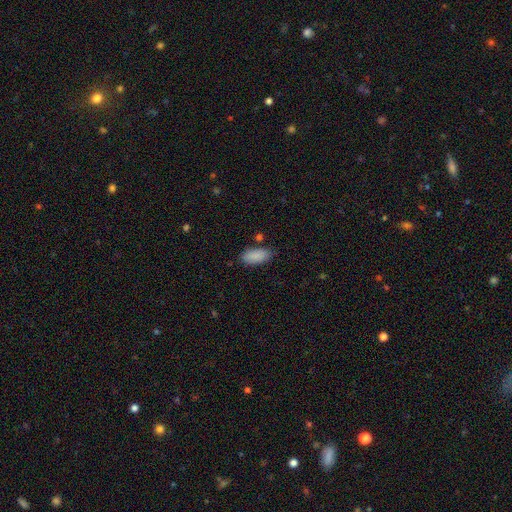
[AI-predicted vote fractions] Morphology: type=smooth (89%); roundness=in between (88%); merging=none (80%).